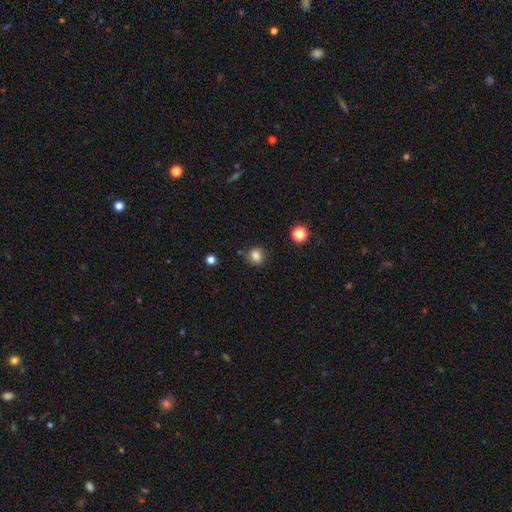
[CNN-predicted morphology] Smooth or featured?
  - smooth: 83% *
  - star or artifact: 12%
  - featured or disk: 6%
How rounded?
  - round: 69% *
  - in between: 30%
  - cigar-shaped: 1%
Merging?
  - none: 80% *
  - minor disturbance: 14%
  - major disturbance: 4%
  - merger: 3%